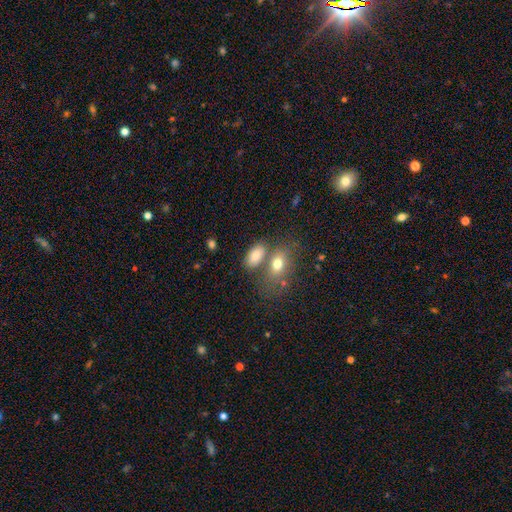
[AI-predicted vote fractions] Overall: smooth (80%). How rounded: in between (90%). Merging: none (50%; merger 33%).